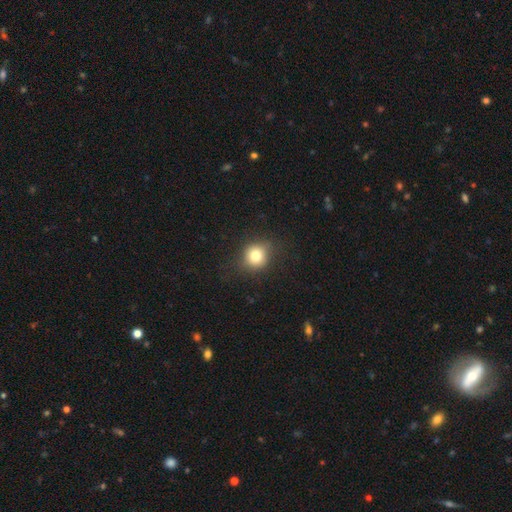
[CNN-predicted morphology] Q: Smooth or featured?
A: smooth (79%); runner-up: star or artifact (12%)
Q: How rounded?
A: round (86%); runner-up: in between (13%)
Q: Merging?
A: none (83%); runner-up: minor disturbance (12%)